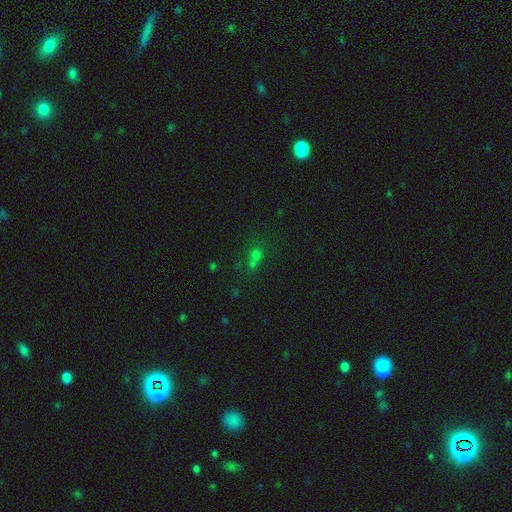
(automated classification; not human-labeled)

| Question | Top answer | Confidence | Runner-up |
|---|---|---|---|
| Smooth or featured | smooth | 45% | star or artifact (42%) |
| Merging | none | 48% | merger (36%) |